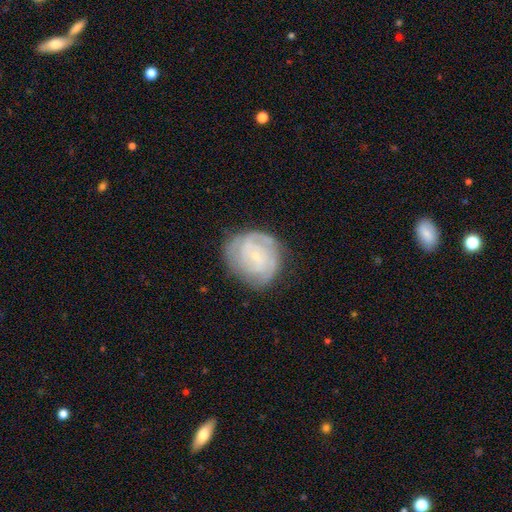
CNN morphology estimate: Q: Smooth or featured?
A: featured or disk (73%); runner-up: smooth (19%)
Q: Edge-on disk?
A: no (98%); runner-up: yes (2%)
Q: Bar?
A: no (64%); runner-up: weak (30%)
Q: Spiral arms?
A: yes (92%); runner-up: no (8%)
Q: Spiral winding?
A: tight (67%); runner-up: medium (27%)
Q: Spiral arm count?
A: can't tell (35%); runner-up: 3 (23%)
Q: Bulge size?
A: small (79%); runner-up: moderate (13%)
Q: Merging?
A: none (74%); runner-up: minor disturbance (18%)